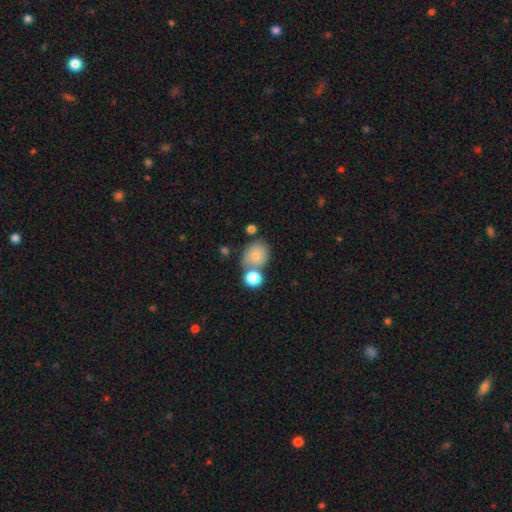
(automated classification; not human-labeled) This is likely a smooth galaxy (78%). How rounded: likely round (74%). Merging: possibly none (50%).